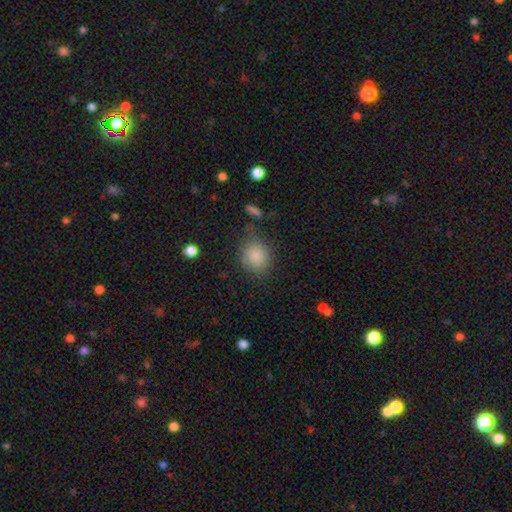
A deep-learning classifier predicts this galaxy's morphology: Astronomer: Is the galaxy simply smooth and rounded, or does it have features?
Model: smooth — 85%.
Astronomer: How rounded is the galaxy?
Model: round — 68%.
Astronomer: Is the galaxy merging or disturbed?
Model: none — 76%.